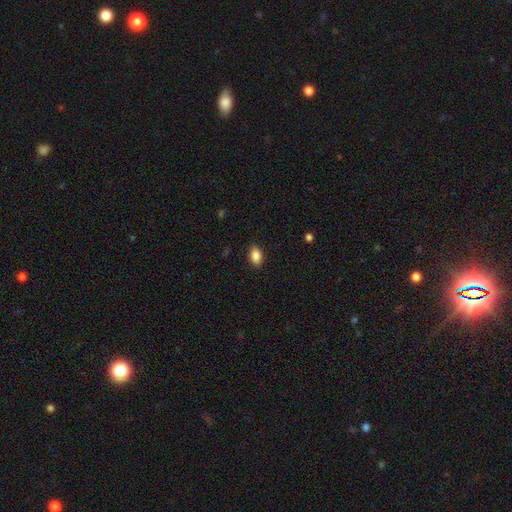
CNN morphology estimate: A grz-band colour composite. It shows a smooth galaxy with no disk features (88%) that is in between round and cigar-shaped (89%). Merging: none (88%).